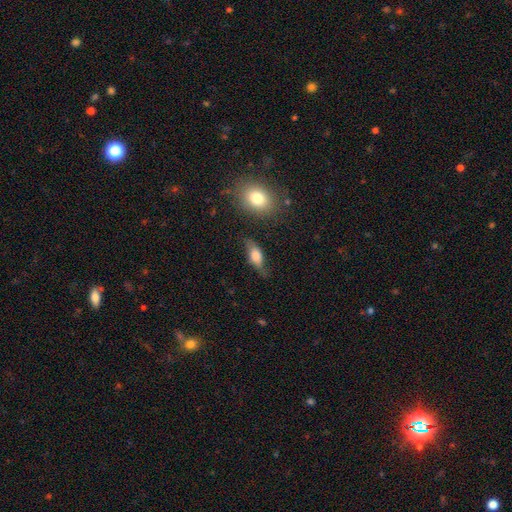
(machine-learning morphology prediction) smooth_or_featured: smooth (p=0.57) [alt: featured or disk p=0.35]
how_rounded: in between (p=0.73) [alt: cigar-shaped p=0.20]
merging: none (p=0.56) [alt: minor disturbance p=0.29]